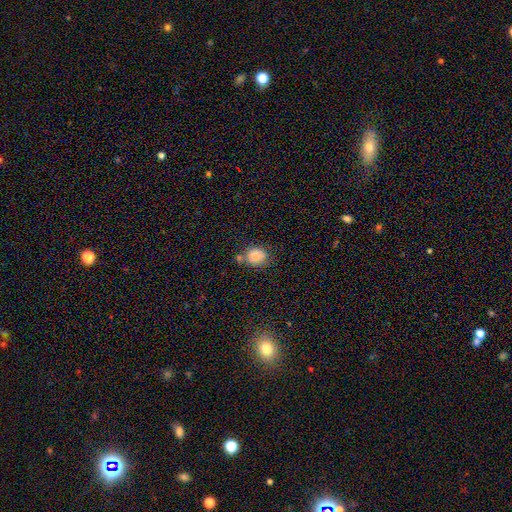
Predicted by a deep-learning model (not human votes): Morphology: type=smooth (84%); roundness=round (62%); merging=none (59%).